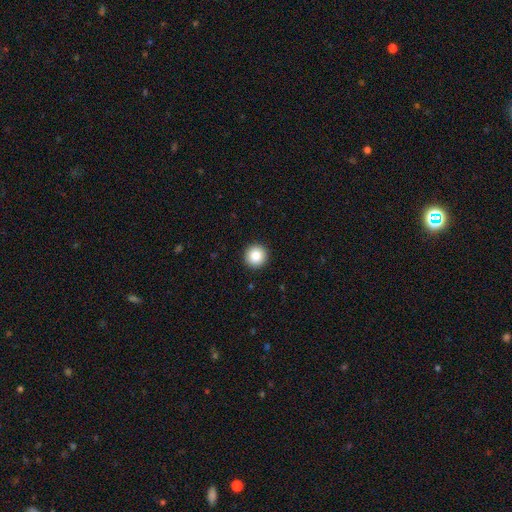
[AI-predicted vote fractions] smooth_or_featured: smooth (p=0.86) [alt: star or artifact p=0.09]
how_rounded: round (p=0.96) [alt: in between p=0.03]
merging: none (p=0.93) [alt: minor disturbance p=0.04]